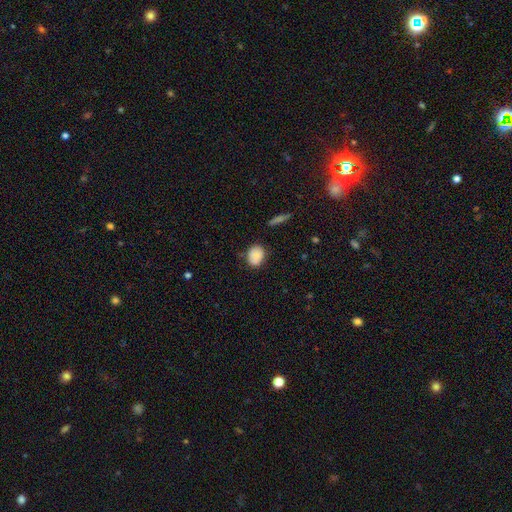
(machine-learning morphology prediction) The model was most divided on "how rounded": in between: 58%, round: 41%, cigar-shaped: 1%. More confident: smooth or featured — smooth (85%); merging — none (76%).